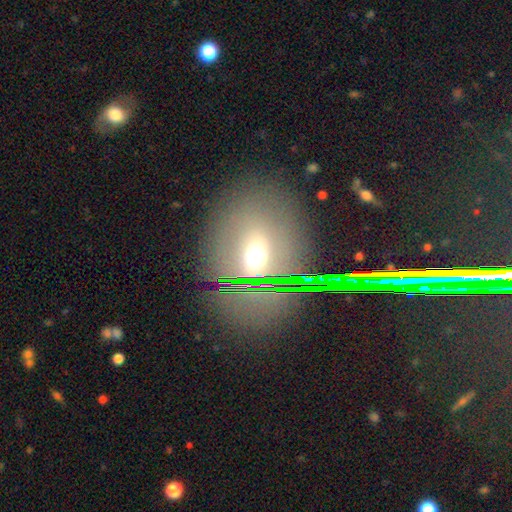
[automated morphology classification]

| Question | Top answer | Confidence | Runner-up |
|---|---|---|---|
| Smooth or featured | smooth | 47% | star or artifact (32%) |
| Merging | none | 69% | minor disturbance (14%) |